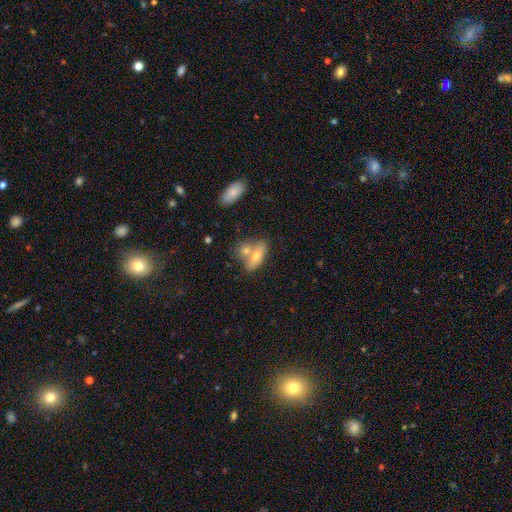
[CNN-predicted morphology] smooth 63%, featured or disk 29%, star or artifact 8%. Down the decision tree: how rounded — in between (75%); merging — merger (44%).